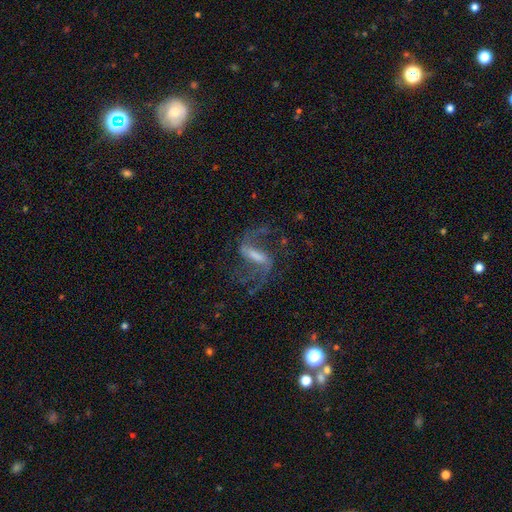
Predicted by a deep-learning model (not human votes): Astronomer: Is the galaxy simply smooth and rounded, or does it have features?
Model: featured or disk — 85%.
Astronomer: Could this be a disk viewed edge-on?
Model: no — 94%.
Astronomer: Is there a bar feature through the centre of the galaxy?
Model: strong — 55% (runner-up: weak, 36%).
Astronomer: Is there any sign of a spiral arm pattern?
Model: yes — 96%.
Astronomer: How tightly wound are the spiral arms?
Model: loose — 60%.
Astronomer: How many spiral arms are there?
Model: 2 — 89%.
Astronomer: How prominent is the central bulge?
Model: none — 30%, tied with small at 30%.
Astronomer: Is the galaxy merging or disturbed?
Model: none — 69%.